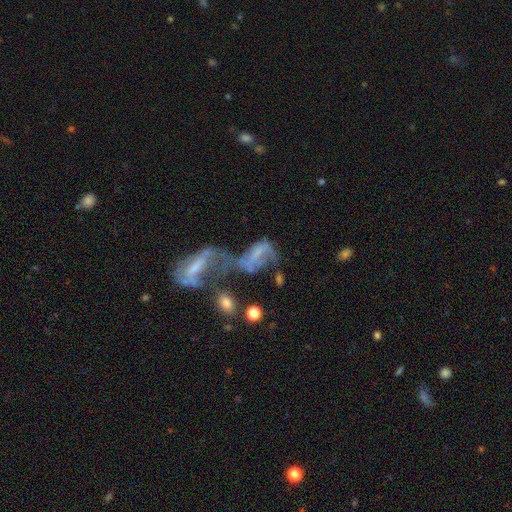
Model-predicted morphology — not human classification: Smooth or featured: featured or disk — 55% (smooth — 29%)
Edge-on disk: no — 94% (yes — 6%)
Bar: no — 55% (weak — 25%)
Spiral arms: no — 56% (yes — 44%)
Bulge size: none — 62% (small — 20%)
Merging: merger — 64% (major disturbance — 21%)